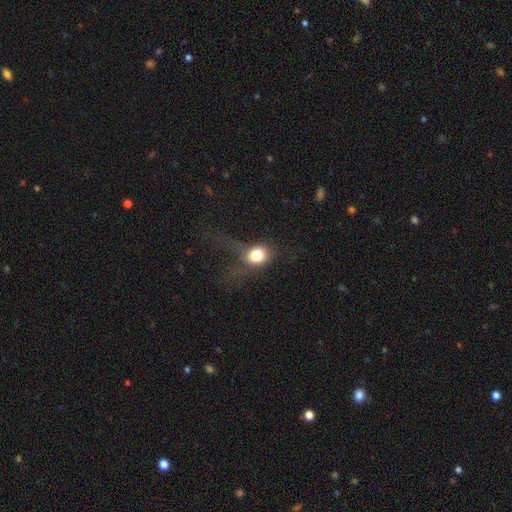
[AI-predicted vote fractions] Smooth or featured?
  - smooth: 74% *
  - featured or disk: 14%
  - star or artifact: 12%
How rounded?
  - round: 63% *
  - in between: 35%
  - cigar-shaped: 2%
Merging?
  - major disturbance: 37% *
  - none: 36%
  - minor disturbance: 23%
  - merger: 3%